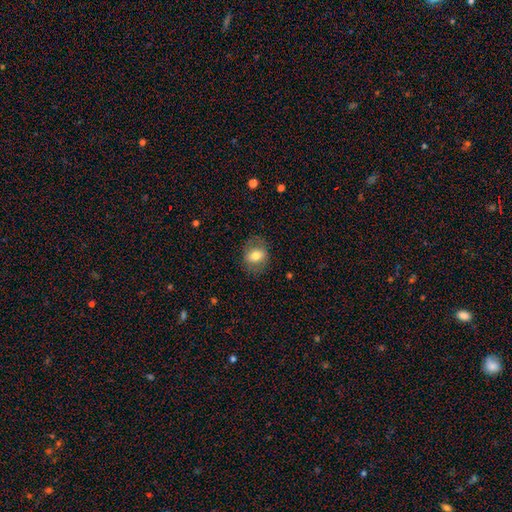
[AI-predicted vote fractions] The model was most divided on "how rounded": round: 50%, in between: 49%, cigar-shaped: 1%. More confident: merging — none (78%); smooth or featured — smooth (67%).